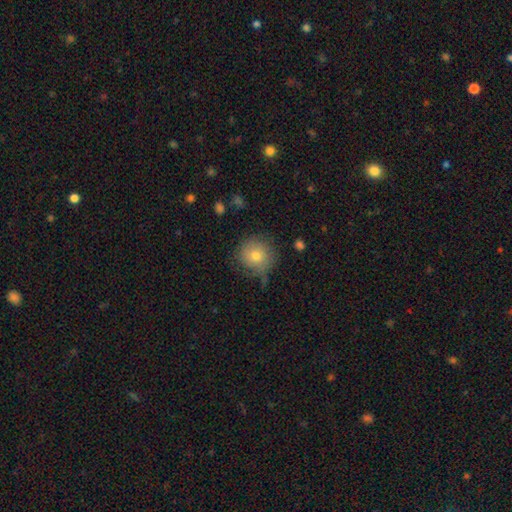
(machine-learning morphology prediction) smooth-or-featured: smooth: 73% | featured or disk: 15% | star or artifact: 12%
  how-rounded: round: 92% | in between: 7% | cigar-shaped: 1%
  merging: none: 74% | minor disturbance: 18% | major disturbance: 5% | merger: 2%